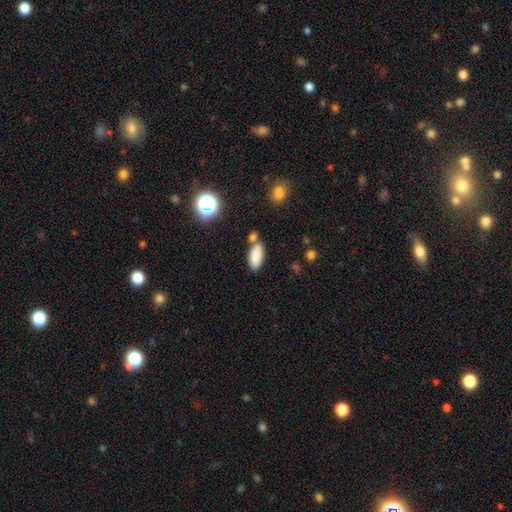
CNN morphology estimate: Overall: smooth (86%). How rounded: in between (84%). Merging: none (68%).